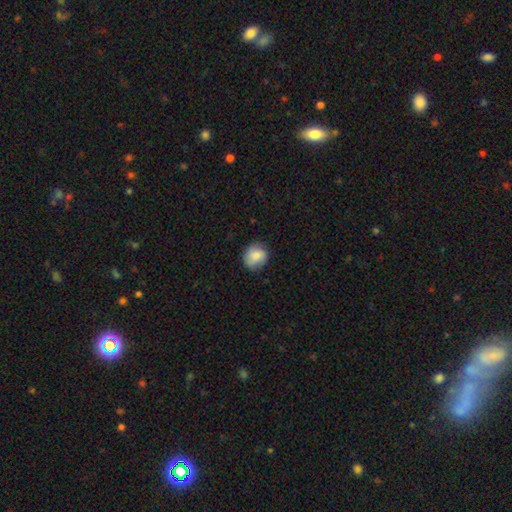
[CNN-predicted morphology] A smooth galaxy with no disk features (80%) that is round (82%). Merging: none (80%).